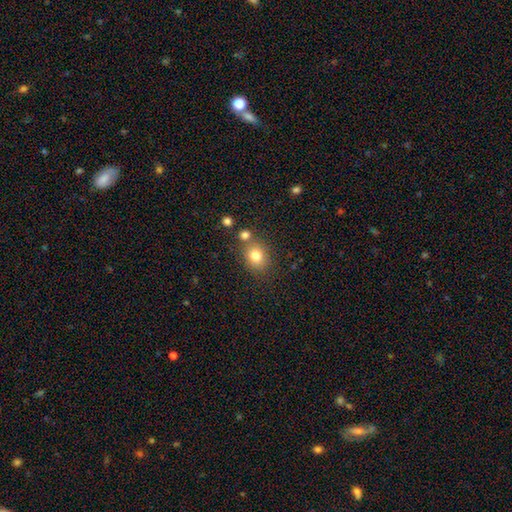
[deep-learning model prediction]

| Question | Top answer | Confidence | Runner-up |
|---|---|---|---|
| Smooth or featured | smooth | 79% | star or artifact (12%) |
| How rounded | round | 62% | in between (37%) |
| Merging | none | 71% | merger (14%) |